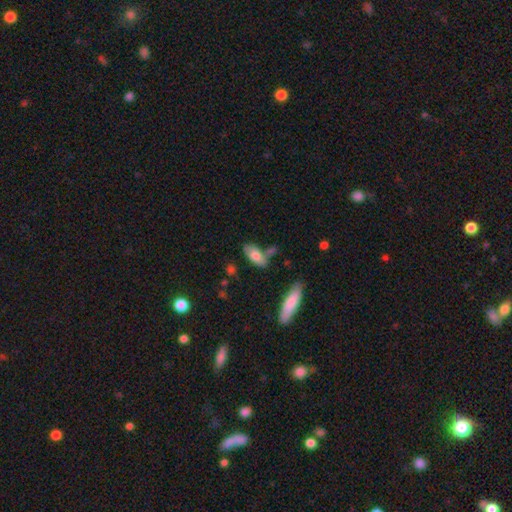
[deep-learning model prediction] The model was most divided on "merging": none: 56%, minor disturbance: 21%, merger: 17%, major disturbance: 7%. More confident: how rounded — in between (81%); smooth or featured — smooth (74%).